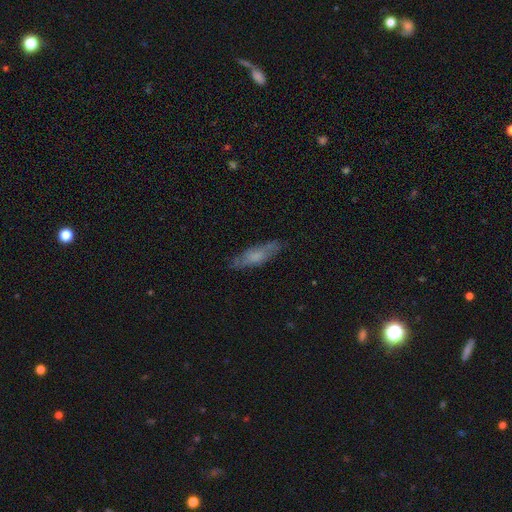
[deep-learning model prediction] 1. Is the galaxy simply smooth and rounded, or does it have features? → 54% smooth, 38% featured or disk, 8% star or artifact.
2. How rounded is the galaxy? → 58% cigar-shaped, 40% in between, 2% round.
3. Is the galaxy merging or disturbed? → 77% none, 17% minor disturbance, 5% major disturbance, 1% merger.